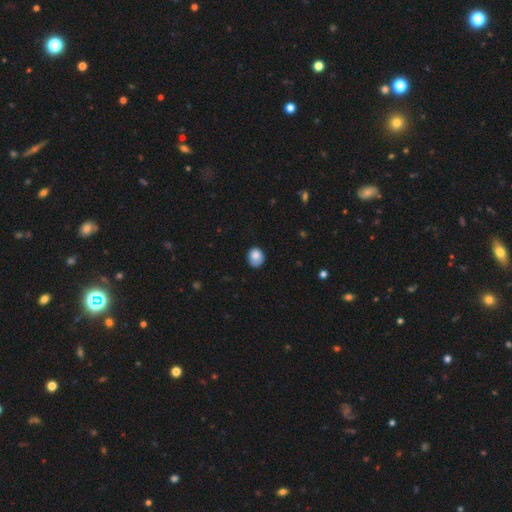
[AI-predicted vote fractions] smooth 81%, featured or disk 10%, star or artifact 9%. Down the decision tree: how rounded — round (63%); merging — none (67%).